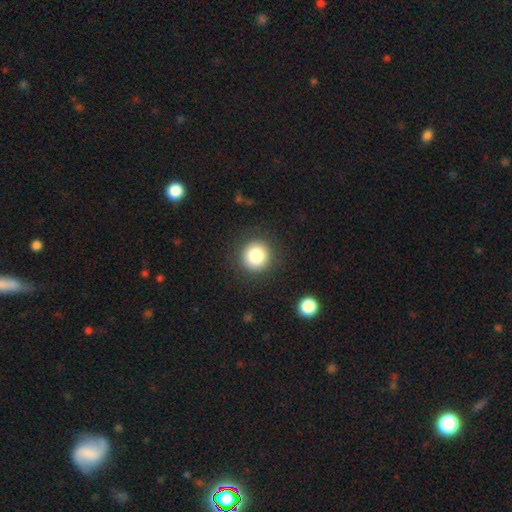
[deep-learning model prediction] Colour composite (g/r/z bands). It shows a smooth galaxy with no disk features (84%) that is round (95%). Merging: none (89%).